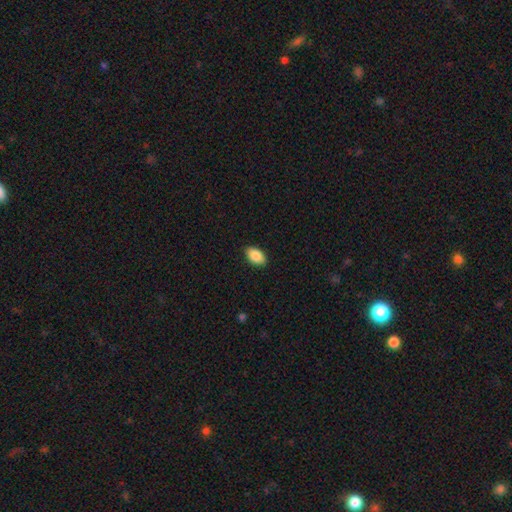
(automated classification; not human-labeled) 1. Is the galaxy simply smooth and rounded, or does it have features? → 88% smooth, 7% star or artifact, 5% featured or disk.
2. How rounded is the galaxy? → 93% in between, 6% round, 1% cigar-shaped.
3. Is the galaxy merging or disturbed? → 89% none, 8% minor disturbance, 2% major disturbance, 1% merger.